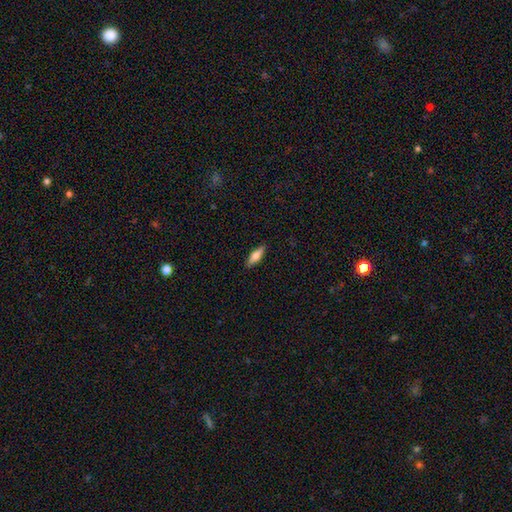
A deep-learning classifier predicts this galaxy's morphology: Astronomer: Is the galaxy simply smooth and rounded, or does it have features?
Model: smooth — 63%.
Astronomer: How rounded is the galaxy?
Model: cigar-shaped — 51% (runner-up: in between, 47%).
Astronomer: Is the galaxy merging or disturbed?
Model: none — 88%.